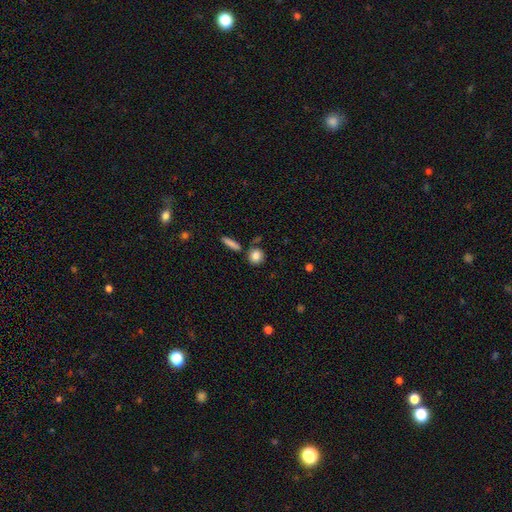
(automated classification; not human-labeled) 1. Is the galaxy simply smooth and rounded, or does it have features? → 85% smooth, 8% star or artifact, 7% featured or disk.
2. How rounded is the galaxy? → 83% round, 14% in between, 3% cigar-shaped.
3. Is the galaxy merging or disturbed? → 78% none, 10% minor disturbance, 9% merger, 3% major disturbance.